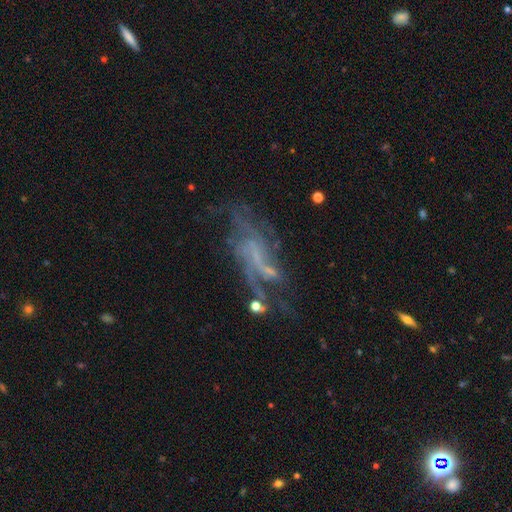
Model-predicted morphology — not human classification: Q: Smooth or featured?
A: featured or disk (71%); runner-up: star or artifact (15%)
Q: Edge-on disk?
A: no (91%); runner-up: yes (9%)
Q: Bar?
A: no (58%); runner-up: weak (29%)
Q: Spiral arms?
A: yes (71%); runner-up: no (29%)
Q: Bulge size?
A: none (68%); runner-up: small (20%)
Q: Merging?
A: none (43%); runner-up: major disturbance (30%)